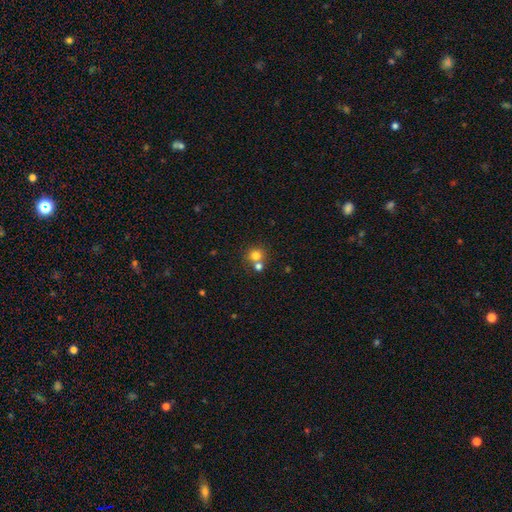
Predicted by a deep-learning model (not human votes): A smooth galaxy with no disk features (77%) that is round (88%).

Vote fractions:
- Smooth or featured? smooth: 77% / star or artifact: 13% / featured or disk: 10%
- How rounded? round: 88% / in between: 11% / cigar-shaped: 1%
- Merging? none: 56% / merger: 34% / minor disturbance: 7% / major disturbance: 3%